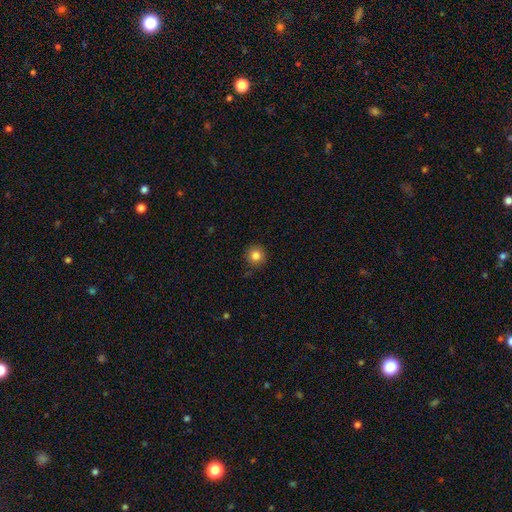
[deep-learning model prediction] smooth-or-featured: smooth: 83% | star or artifact: 11% | featured or disk: 6%
  how-rounded: round: 94% | in between: 5% | cigar-shaped: 1%
  merging: none: 90% | minor disturbance: 7% | major disturbance: 2% | merger: 1%